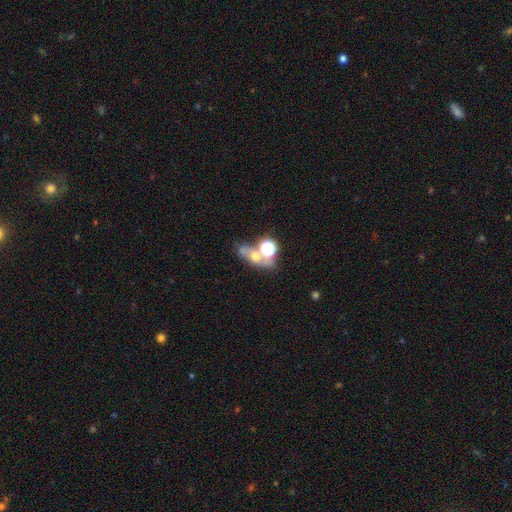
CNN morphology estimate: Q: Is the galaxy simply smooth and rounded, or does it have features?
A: smooth — 48%.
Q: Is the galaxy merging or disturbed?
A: merger — 41%.